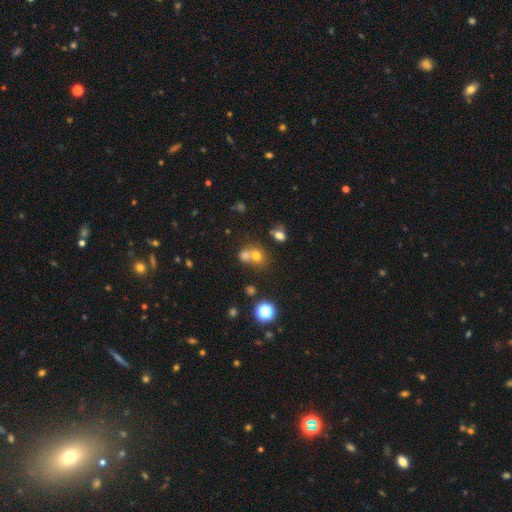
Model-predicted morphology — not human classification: smooth-or-featured: smooth: 68% | star or artifact: 19% | featured or disk: 13%
  how-rounded: round: 69% | in between: 30% | cigar-shaped: 1%
  merging: merger: 52% | none: 37% | minor disturbance: 7% | major disturbance: 4%